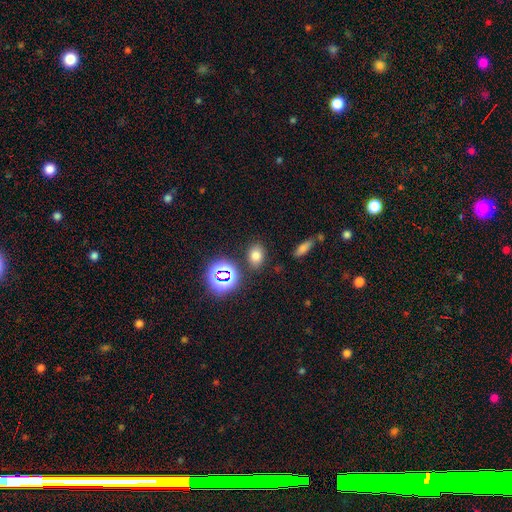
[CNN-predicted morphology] This is likely a smooth galaxy (71%). How rounded: likely in between (65%). Merging: clearly none (83%).